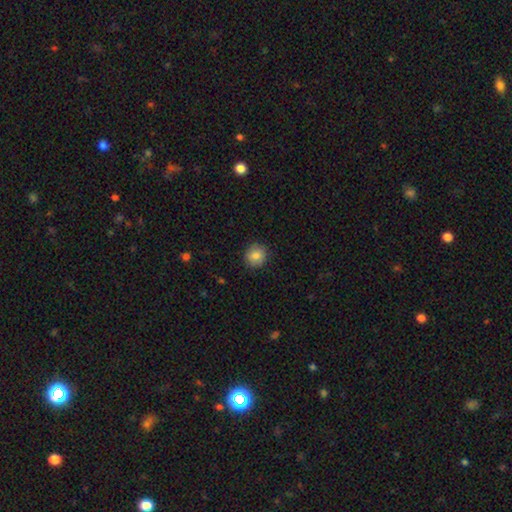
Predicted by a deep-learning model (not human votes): This is clearly a smooth galaxy (85%). How rounded: clearly round (88%). Merging: clearly none (88%).